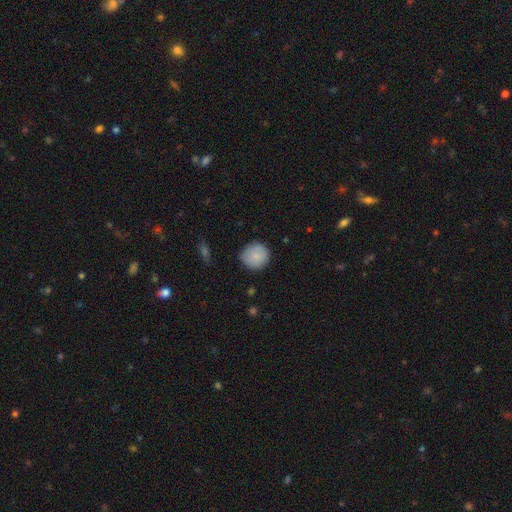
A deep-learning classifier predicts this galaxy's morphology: A smooth galaxy with no disk features (87%) that is round (92%). Merging: none (83%).